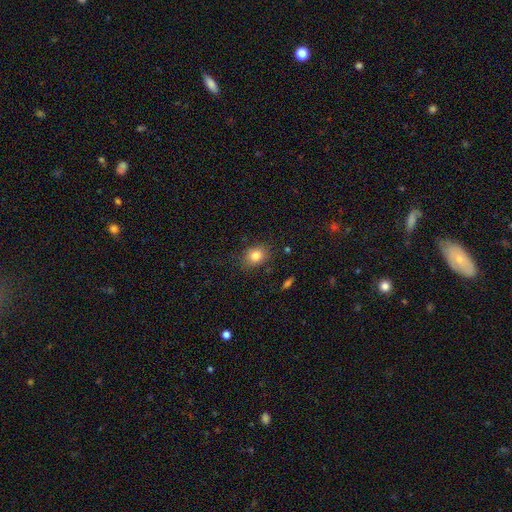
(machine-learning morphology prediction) Q: Smooth or featured?
A: smooth (82%); runner-up: star or artifact (11%)
Q: How rounded?
A: in between (54%); runner-up: round (45%)
Q: Merging?
A: none (81%); runner-up: minor disturbance (14%)